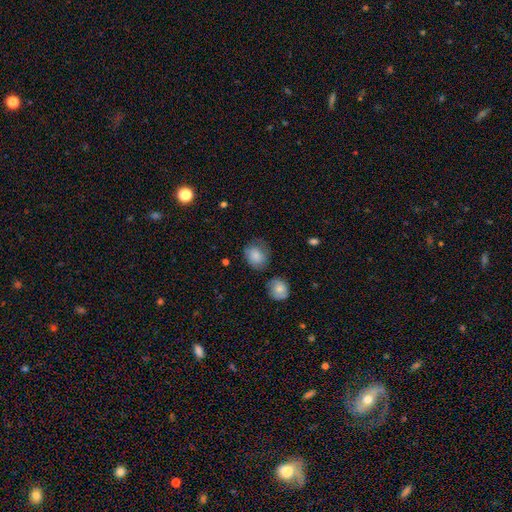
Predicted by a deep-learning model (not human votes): A smooth galaxy with no disk features (82%) that is round (62%).

Vote fractions:
- Smooth or featured? smooth: 82% / featured or disk: 10% / star or artifact: 8%
- How rounded? round: 62% / in between: 37% / cigar-shaped: 1%
- Merging? none: 61% / minor disturbance: 26% / major disturbance: 9% / merger: 4%